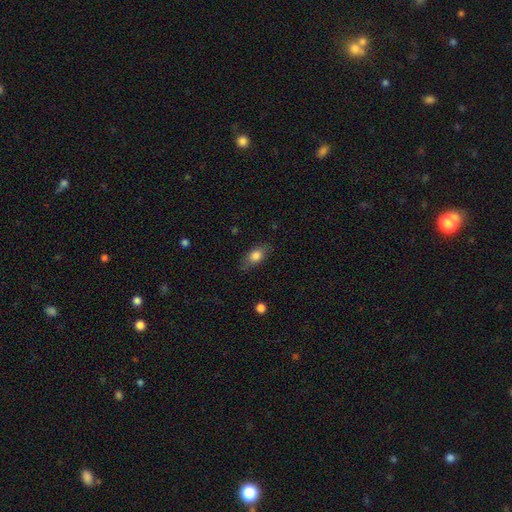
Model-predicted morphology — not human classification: smooth_or_featured: smooth (p=0.77) [alt: featured or disk p=0.15]
how_rounded: in between (p=0.79) [alt: round p=0.12]
merging: none (p=0.77) [alt: minor disturbance p=0.17]